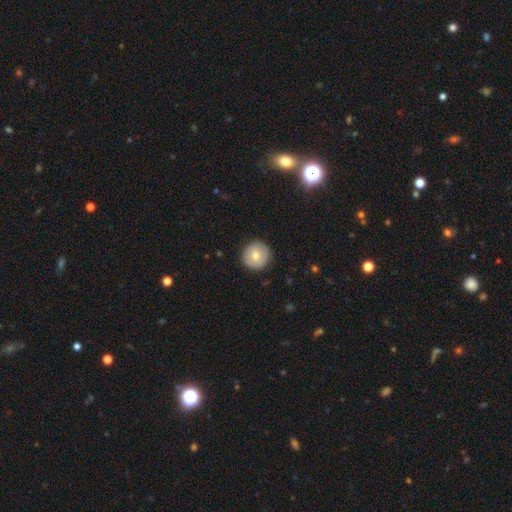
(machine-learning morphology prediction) smooth_or_featured: smooth (p=0.73) [alt: featured or disk p=0.20]
how_rounded: round (p=0.95) [alt: in between p=0.04]
merging: none (p=0.90) [alt: minor disturbance p=0.07]